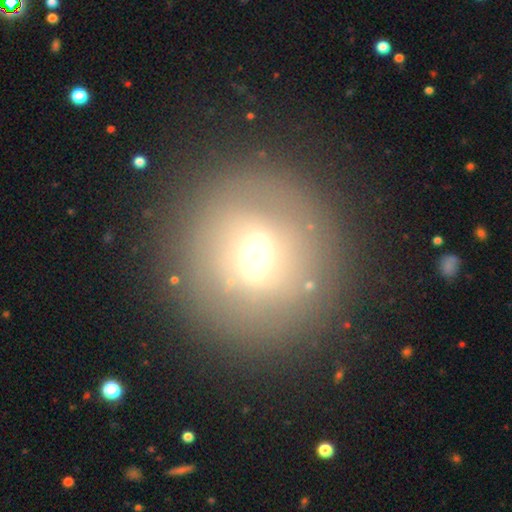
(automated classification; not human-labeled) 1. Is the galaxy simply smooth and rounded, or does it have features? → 43% featured or disk, 42% smooth, 15% star or artifact.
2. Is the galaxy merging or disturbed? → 80% none, 11% minor disturbance, 6% major disturbance, 3% merger.